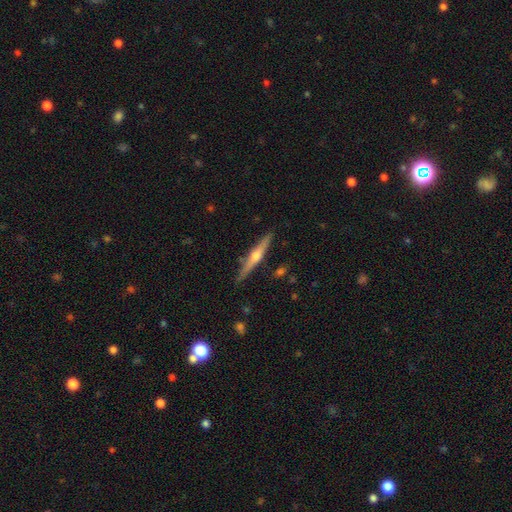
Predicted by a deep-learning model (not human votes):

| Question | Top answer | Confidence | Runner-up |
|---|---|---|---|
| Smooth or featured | featured or disk | 72% | smooth (22%) |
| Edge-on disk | yes | 98% | no (2%) |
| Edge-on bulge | rounded | 91% | none (5%) |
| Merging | none | 88% | minor disturbance (8%) |